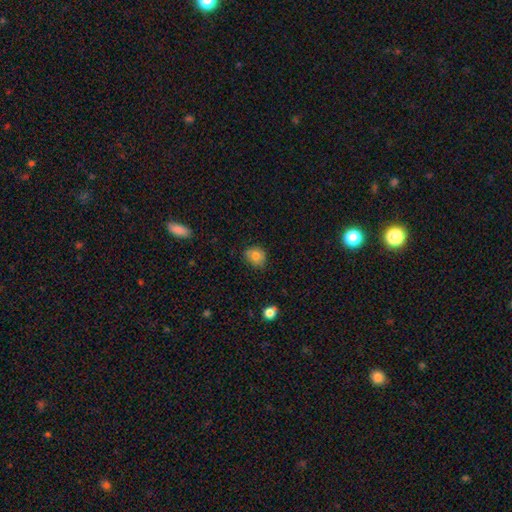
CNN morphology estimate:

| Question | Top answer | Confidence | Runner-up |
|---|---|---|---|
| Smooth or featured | smooth | 79% | featured or disk (11%) |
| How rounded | round | 70% | in between (30%) |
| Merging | none | 77% | minor disturbance (18%) |